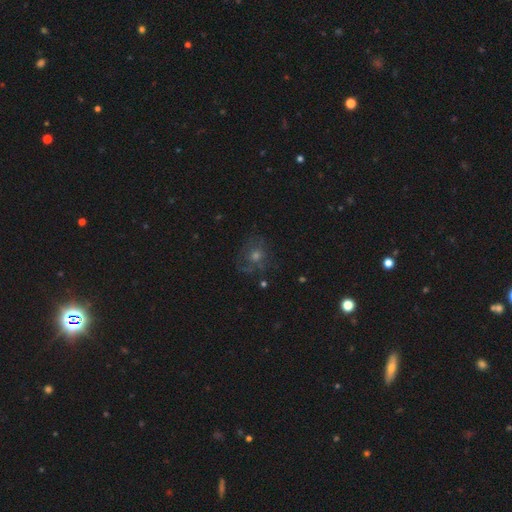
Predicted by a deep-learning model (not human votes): A featured or disk galaxy (35%, tied with smooth). Merging: none (68%).